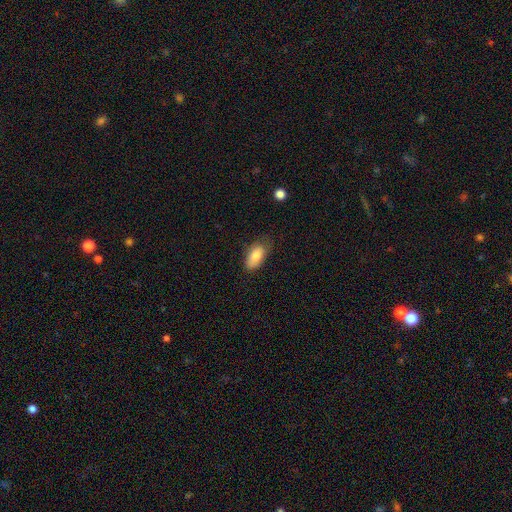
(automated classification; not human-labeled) Smooth or featured? smooth (81%)
How rounded? in between (90%)
Merging? none (68%)